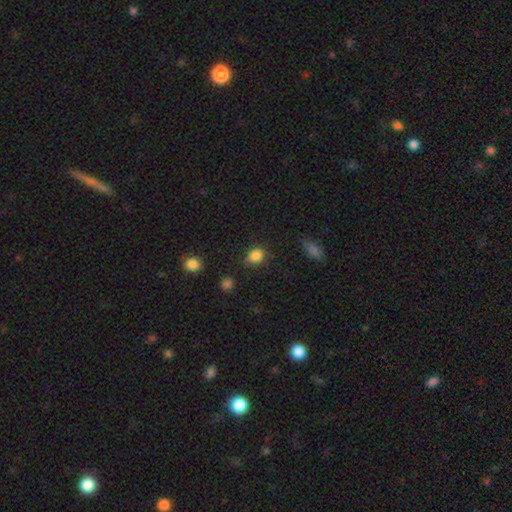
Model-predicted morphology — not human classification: The model was most divided on "how rounded": round: 59%, in between: 40%, cigar-shaped: 1%. More confident: smooth or featured — smooth (85%); merging — none (80%).